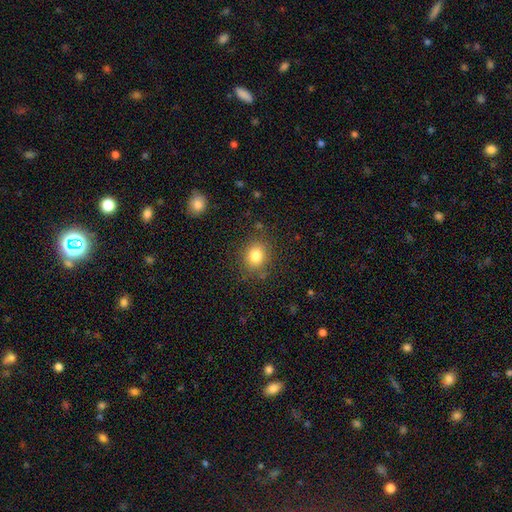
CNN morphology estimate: Q: Smooth or featured?
A: smooth (81%); runner-up: star or artifact (12%)
Q: How rounded?
A: round (70%); runner-up: in between (29%)
Q: Merging?
A: none (82%); runner-up: minor disturbance (11%)